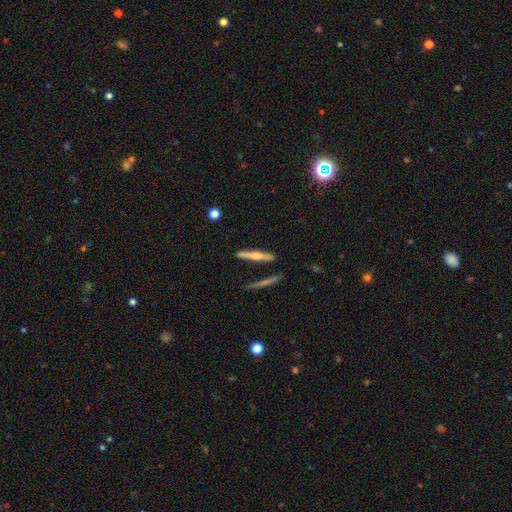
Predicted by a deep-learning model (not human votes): Smooth or featured?
  - featured or disk: 57% *
  - smooth: 36%
  - star or artifact: 6%
Edge-on disk?
  - yes: 96% *
  - no: 4%
Edge-on bulge?
  - rounded: 72% *
  - none: 18%
  - boxy: 10%
Merging?
  - none: 81% *
  - minor disturbance: 11%
  - merger: 5%
  - major disturbance: 3%